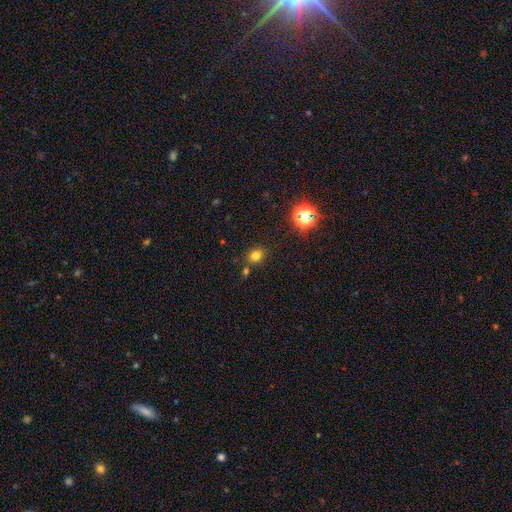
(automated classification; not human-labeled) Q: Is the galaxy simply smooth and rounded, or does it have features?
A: smooth — 76%.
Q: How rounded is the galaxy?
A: round — 66%.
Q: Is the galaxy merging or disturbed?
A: none — 79%.